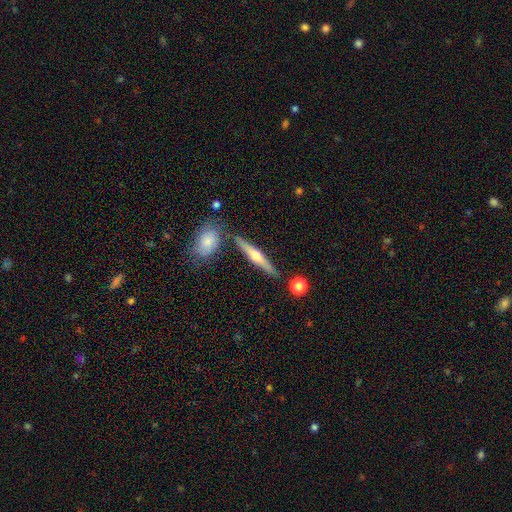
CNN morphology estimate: This appears to be a featured or disk galaxy (63%) viewed edge-on (96%) with a rounded central bulge (91%). Merging: none (81%).